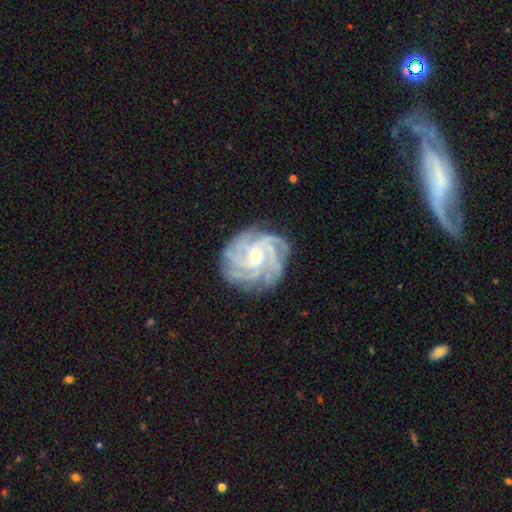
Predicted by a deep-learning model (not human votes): Smooth or featured? Predicted: featured or disk (p=0.88). Edge-on disk? Predicted: no (p=0.98). Bar? Predicted: no (p=0.59). Spiral arms? Predicted: yes (p=0.98). Spiral winding? Predicted: tight (p=0.66). Spiral arm count? Predicted: 4 (p=0.34). Bulge size? Predicted: small (p=0.66). Merging? Predicted: none (p=0.79).